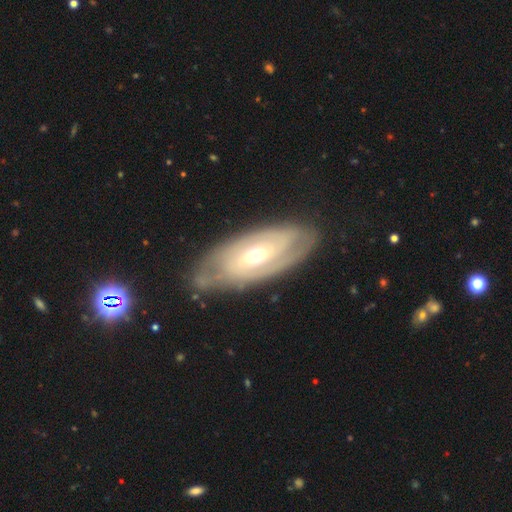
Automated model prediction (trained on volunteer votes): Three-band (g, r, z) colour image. It shows a featured or disk galaxy (74%) with no bar (48%), 2 (48%) tight (58%) spiral arms (79%) and a moderate central bulge (61%). Merging: none (75%).